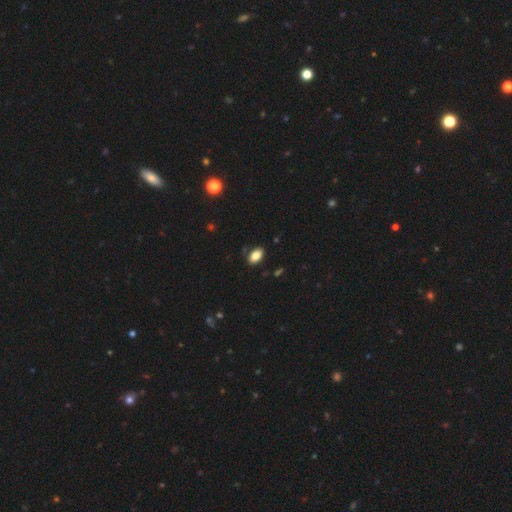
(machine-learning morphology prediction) A smooth galaxy with no disk features (84%) that is in between round and cigar-shaped (92%).

Vote fractions:
- Smooth or featured? smooth: 84% / star or artifact: 9% / featured or disk: 7%
- How rounded? in between: 92% / round: 5% / cigar-shaped: 3%
- Merging? none: 85% / minor disturbance: 11% / major disturbance: 2% / merger: 2%